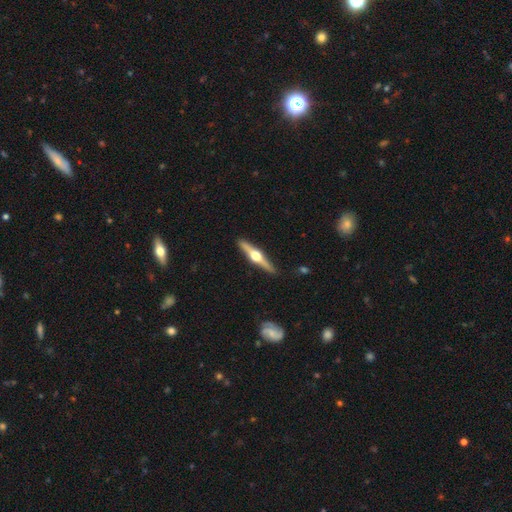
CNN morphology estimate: This appears to be a featured or disk galaxy (77%) viewed edge-on (98%) with a rounded central bulge (96%). Merging: none (90%).